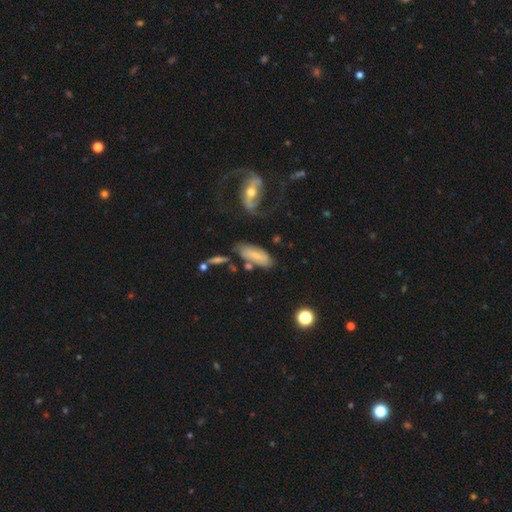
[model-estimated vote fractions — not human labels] Smooth or featured: smooth — 55% (featured or disk — 36%)
How rounded: in between — 75% (cigar-shaped — 22%)
Merging: none — 56% (minor disturbance — 22%)